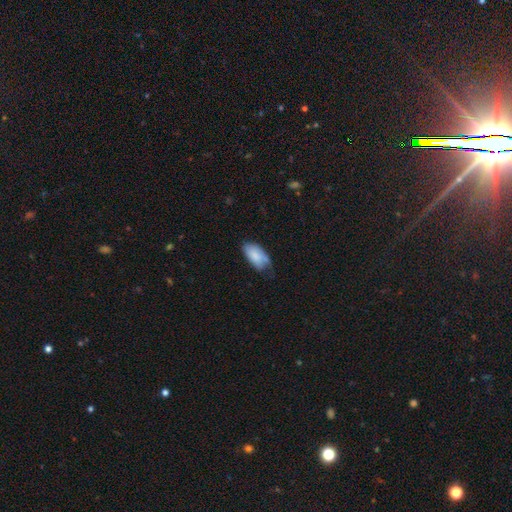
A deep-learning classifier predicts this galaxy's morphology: A smooth galaxy with no disk features (77%) that is in between round and cigar-shaped (94%).

Vote fractions:
- Smooth or featured? smooth: 77% / featured or disk: 16% / star or artifact: 7%
- How rounded? in between: 94% / cigar-shaped: 3% / round: 3%
- Merging? none: 47% / minor disturbance: 39% / major disturbance: 12% / merger: 2%